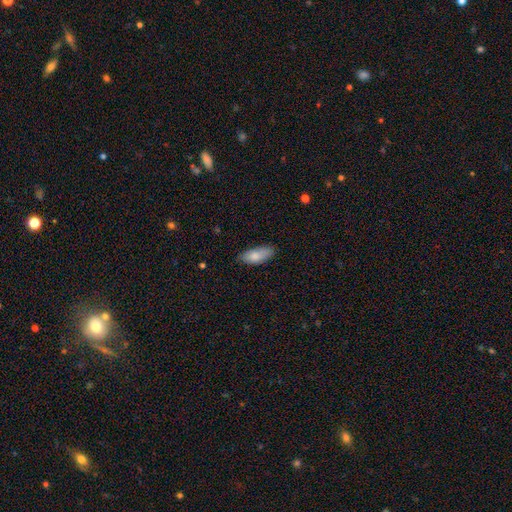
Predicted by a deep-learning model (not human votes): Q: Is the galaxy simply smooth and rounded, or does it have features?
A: smooth — 82%.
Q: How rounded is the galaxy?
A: in between — 80%.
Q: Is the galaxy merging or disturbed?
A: none — 76%.